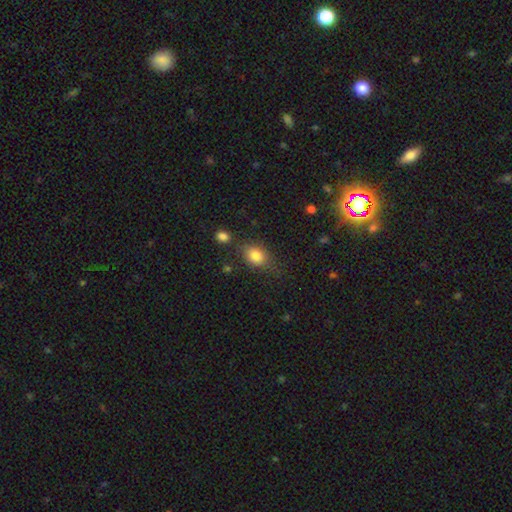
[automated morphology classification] The model was most divided on "how rounded": in between: 67%, round: 32%, cigar-shaped: 2%. More confident: smooth or featured — smooth (82%); merging — none (66%).